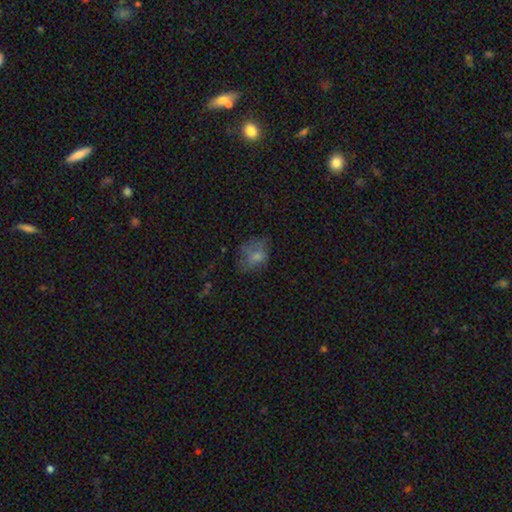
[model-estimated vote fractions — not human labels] smooth 64%, featured or disk 21%, star or artifact 15%. Down the decision tree: how rounded — in between (61%); merging — none (45%).